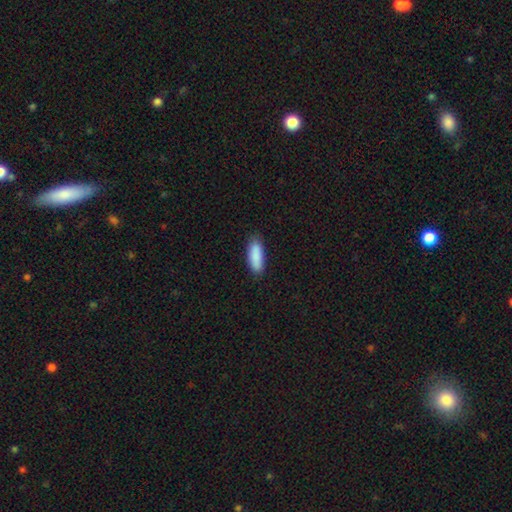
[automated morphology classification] This is clearly a smooth galaxy (89%). How rounded: likely in between (67%). Merging: clearly none (84%).